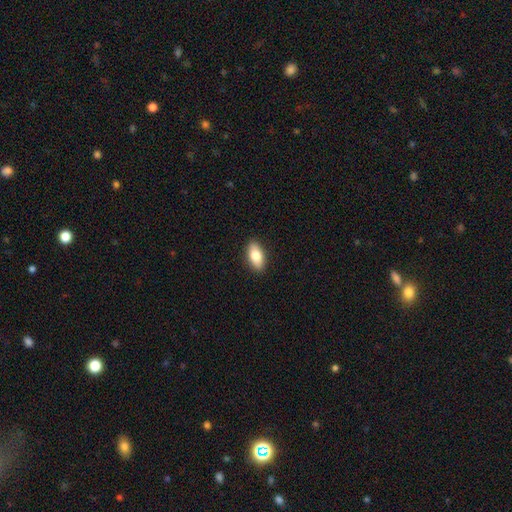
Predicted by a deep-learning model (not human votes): Smooth or featured?
  - smooth: 81% *
  - featured or disk: 13%
  - star or artifact: 6%
How rounded?
  - in between: 89% *
  - cigar-shaped: 8%
  - round: 4%
Merging?
  - none: 90% *
  - minor disturbance: 7%
  - major disturbance: 2%
  - merger: 1%